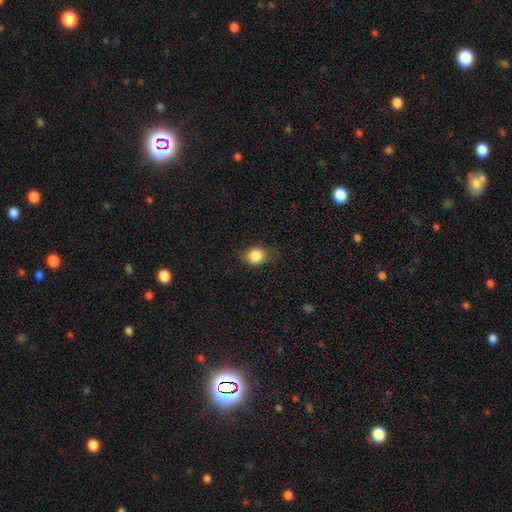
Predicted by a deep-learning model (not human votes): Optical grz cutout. It shows a smooth galaxy with no disk features (85%) that is round (62%). Merging: none (70%).